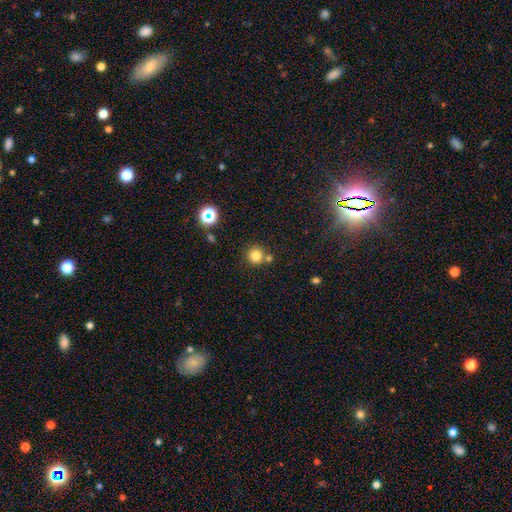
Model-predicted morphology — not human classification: Overall: smooth (80%). How rounded: round (93%). Merging: none (71%).